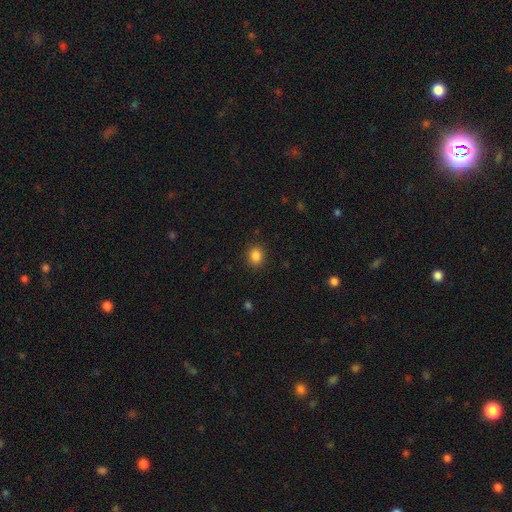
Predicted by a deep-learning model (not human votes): Q: Smooth or featured?
A: smooth (86%); runner-up: star or artifact (11%)
Q: How rounded?
A: round (61%); runner-up: in between (38%)
Q: Merging?
A: none (89%); runner-up: minor disturbance (7%)